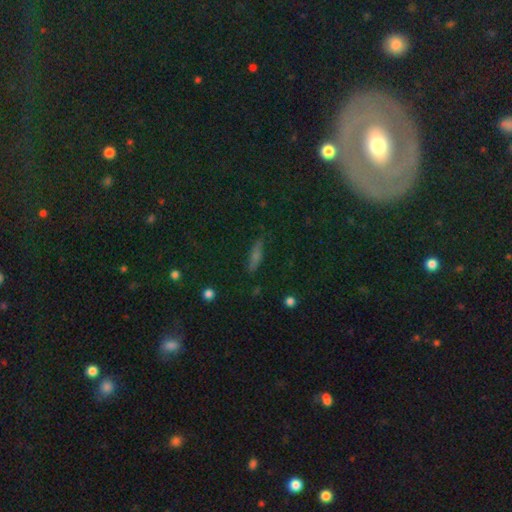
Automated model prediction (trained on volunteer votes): This appears to be a smooth galaxy with no disk features (52%) that is cigar-shaped (69%). Merging: none (81%).